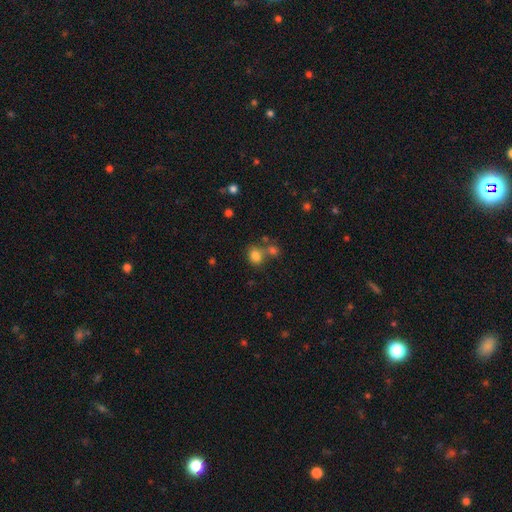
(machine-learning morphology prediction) Smooth or featured? Predicted: smooth (p=0.79). How rounded? Predicted: round (p=0.54). Merging? Predicted: none (p=0.54).